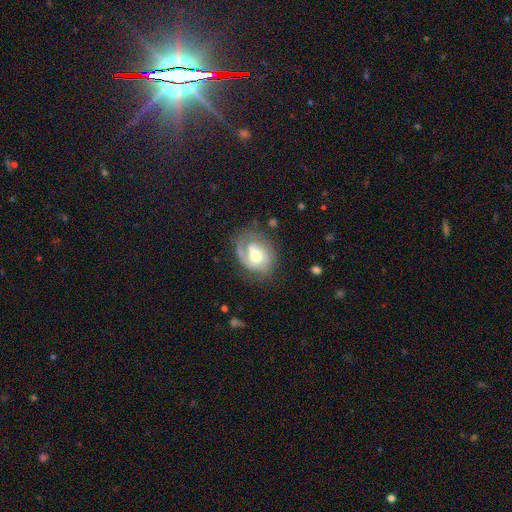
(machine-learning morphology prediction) Smooth or featured?
  - featured or disk: 69% *
  - smooth: 24%
  - star or artifact: 7%
Edge-on disk?
  - no: 97% *
  - yes: 3%
Bar?
  - no: 56% *
  - weak: 36%
  - strong: 8%
Spiral arms?
  - yes: 83% *
  - no: 17%
Spiral winding?
  - tight: 43% *
  - medium: 38%
  - loose: 19%
Spiral arm count?
  - 1: 48% *
  - 2: 30%
  - can't tell: 16%
  - 3: 4%
  - 4: 1%
  - more than 4: 1%
Bulge size?
  - moderate: 70% *
  - small: 14%
  - large: 14%
  - dominant: 1%
  - none: 1%
Merging?
  - none: 56% *
  - minor disturbance: 24%
  - major disturbance: 17%
  - merger: 4%